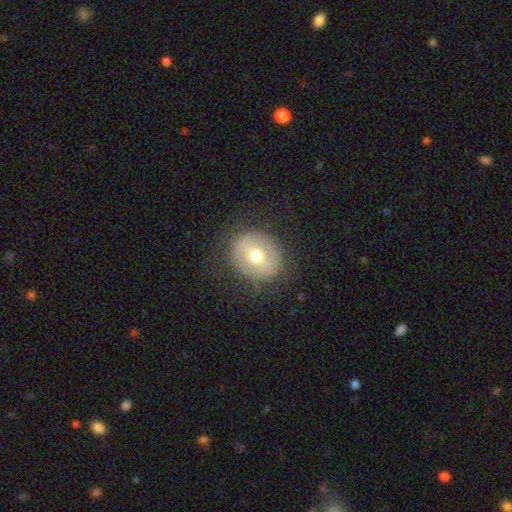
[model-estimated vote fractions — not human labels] Smooth or featured: smooth — 55% (featured or disk — 36%)
How rounded: round — 79% (in between — 20%)
Merging: none — 81% (minor disturbance — 12%)